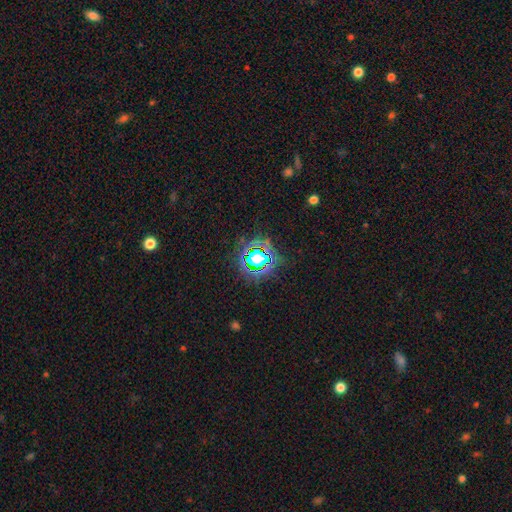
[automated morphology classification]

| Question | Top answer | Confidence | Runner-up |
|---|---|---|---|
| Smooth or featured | star or artifact | 68% | smooth (21%) |